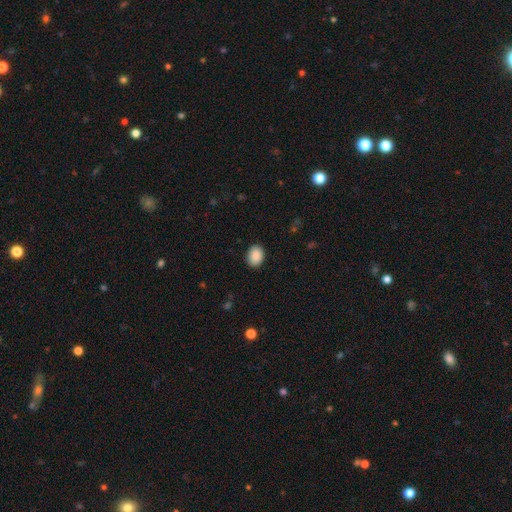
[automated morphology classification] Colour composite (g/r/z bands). It shows a smooth galaxy with no disk features (90%) that is in between round and cigar-shaped (73%). Merging: none (89%).